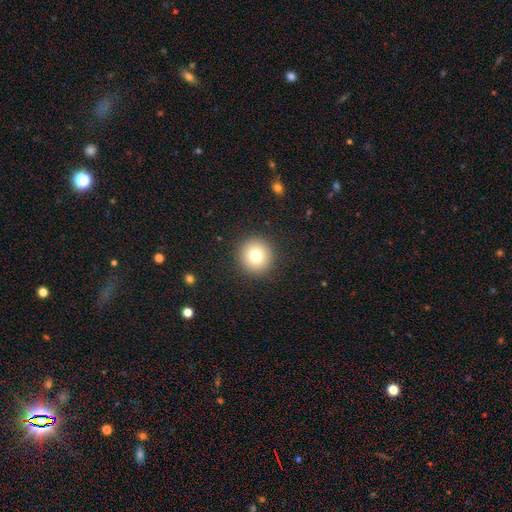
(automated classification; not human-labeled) A smooth galaxy with no disk features (77%) that is round (95%). Merging: none (92%).